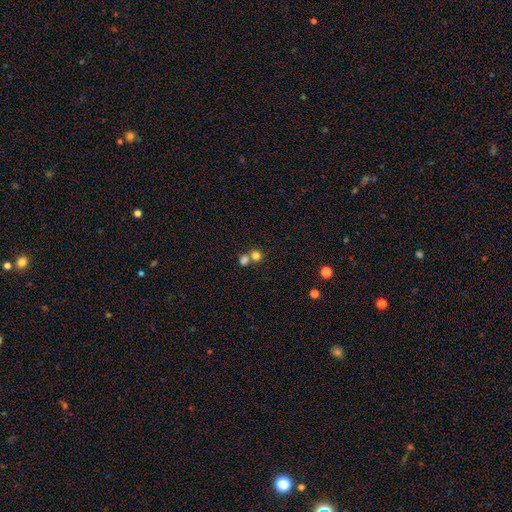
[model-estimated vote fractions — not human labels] This appears to be a smooth galaxy with no disk features (78%) that is round (85%). Merging: none (47%).